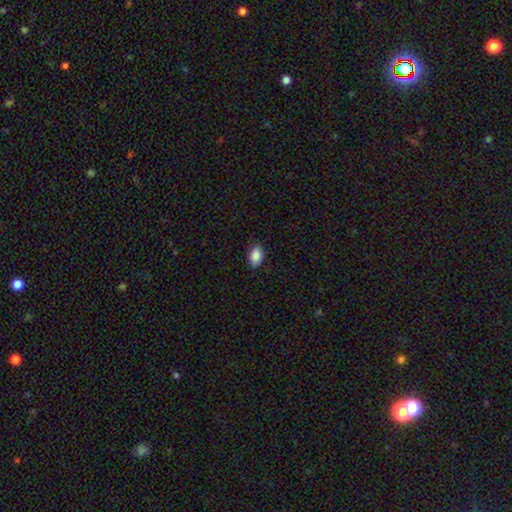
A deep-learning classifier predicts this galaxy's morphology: smooth 89%, star or artifact 7%, featured or disk 4%. Down the decision tree: how rounded — in between (90%); merging — none (88%).